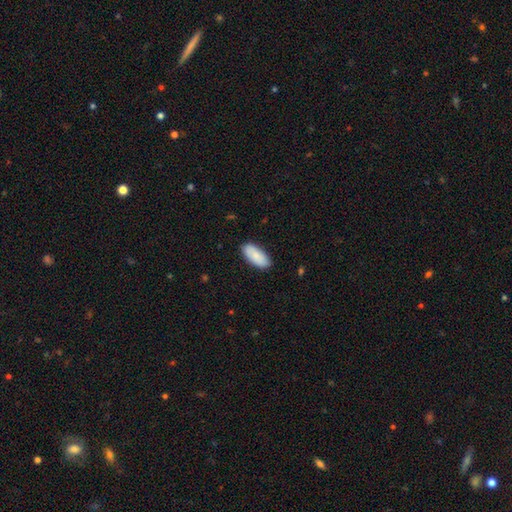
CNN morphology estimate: This appears to be a smooth galaxy with no disk features (83%) that is in between round and cigar-shaped (89%). Merging: none (86%).